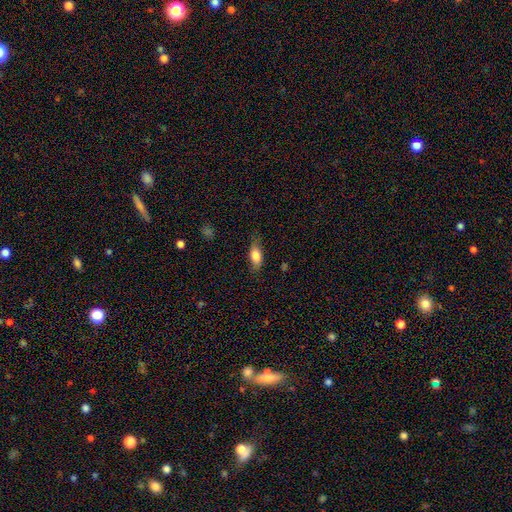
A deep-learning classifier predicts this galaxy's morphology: smooth-or-featured: smooth: 79% | featured or disk: 14% | star or artifact: 7%
  how-rounded: in between: 79% | cigar-shaped: 17% | round: 4%
  merging: none: 73% | minor disturbance: 20% | major disturbance: 5% | merger: 1%